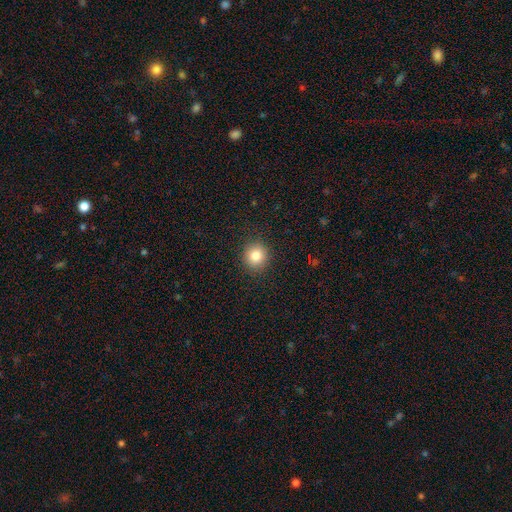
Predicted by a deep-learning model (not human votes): Smooth or featured? Predicted: smooth (p=0.84). How rounded? Predicted: round (p=0.89). Merging? Predicted: none (p=0.90).